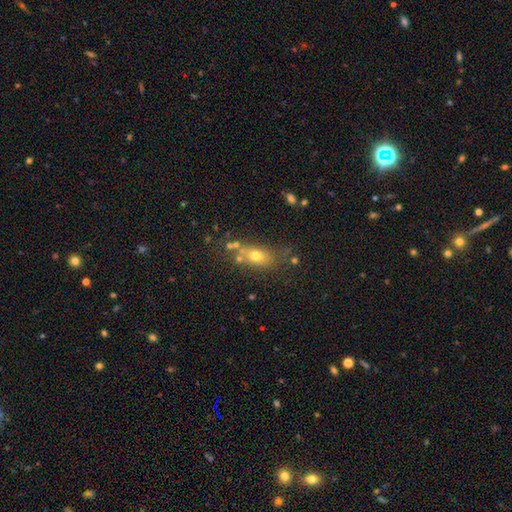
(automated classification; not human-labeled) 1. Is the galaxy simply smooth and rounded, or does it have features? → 67% smooth, 18% featured or disk, 15% star or artifact.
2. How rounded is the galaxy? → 70% in between, 23% round, 7% cigar-shaped.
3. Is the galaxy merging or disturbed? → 60% none, 17% minor disturbance, 15% merger, 8% major disturbance.